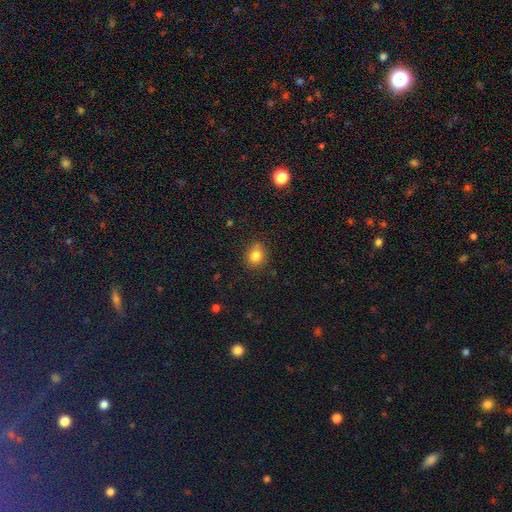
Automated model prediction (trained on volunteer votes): smooth-or-featured: smooth: 82% | star or artifact: 11% | featured or disk: 7%
  how-rounded: round: 67% | in between: 32% | cigar-shaped: 1%
  merging: none: 81% | minor disturbance: 13% | major disturbance: 3% | merger: 2%